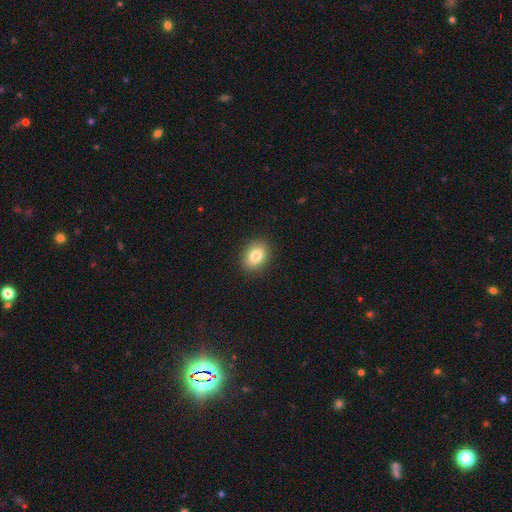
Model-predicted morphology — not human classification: smooth-or-featured: smooth: 83% | star or artifact: 9% | featured or disk: 8%
  how-rounded: in between: 60% | round: 39% | cigar-shaped: 1%
  merging: none: 90% | minor disturbance: 7% | major disturbance: 2% | merger: 1%